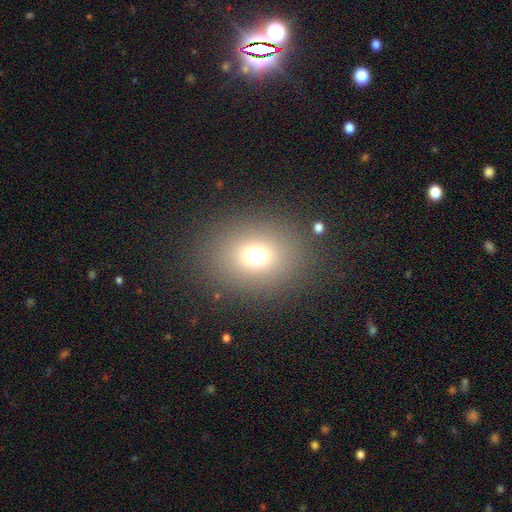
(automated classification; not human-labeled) Smooth or featured? Predicted: smooth (p=0.70). How rounded? Predicted: round (p=0.54). Merging? Predicted: none (p=0.85).